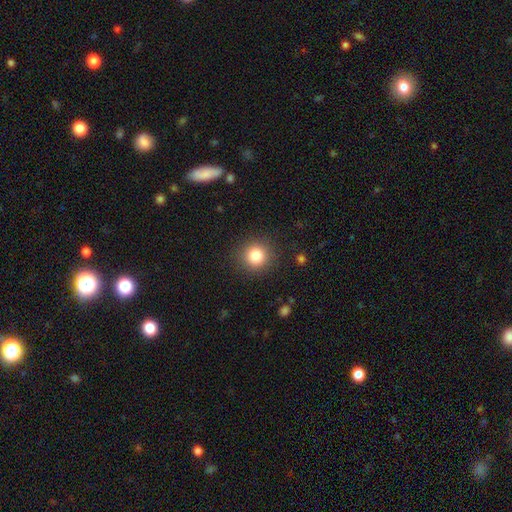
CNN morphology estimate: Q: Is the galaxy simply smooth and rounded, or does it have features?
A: smooth — 82%.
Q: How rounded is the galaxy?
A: round — 92%.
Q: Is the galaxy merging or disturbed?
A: none — 89%.